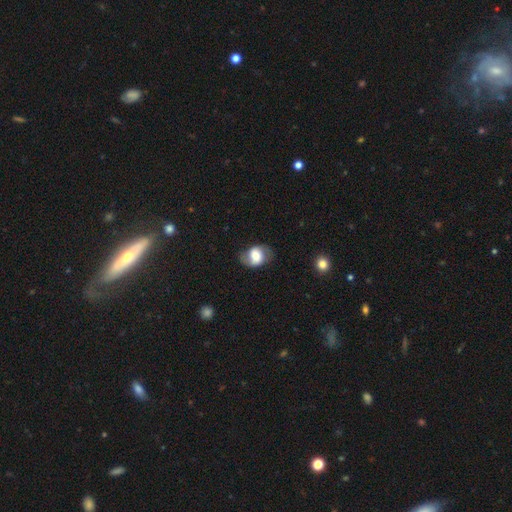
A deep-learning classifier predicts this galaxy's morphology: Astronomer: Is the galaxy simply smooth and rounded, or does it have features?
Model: smooth — 51% (runner-up: featured or disk, 41%).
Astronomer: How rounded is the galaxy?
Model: in between — 61% (runner-up: round, 38%).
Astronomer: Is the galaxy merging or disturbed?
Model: none — 69%.